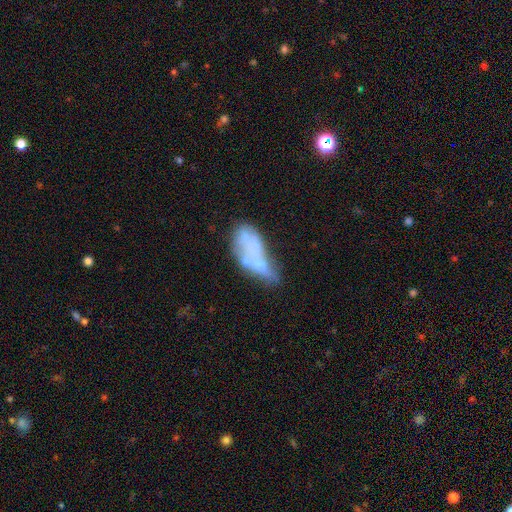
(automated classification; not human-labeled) A featured or disk galaxy (47%). Merging: merger (33%).